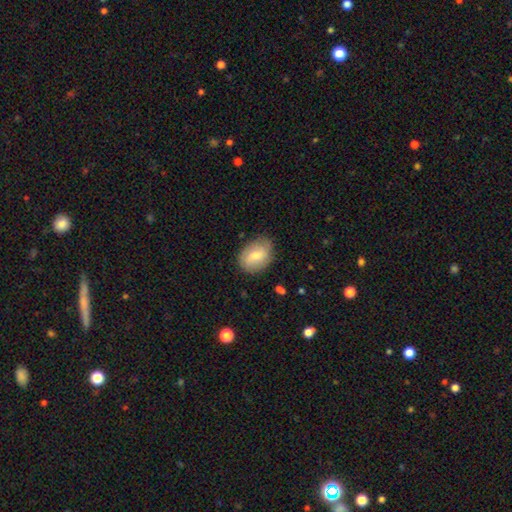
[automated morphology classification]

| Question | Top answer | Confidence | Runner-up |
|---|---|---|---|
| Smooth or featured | smooth | 71% | featured or disk (22%) |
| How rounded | in between | 76% | round (23%) |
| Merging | none | 79% | minor disturbance (16%) |